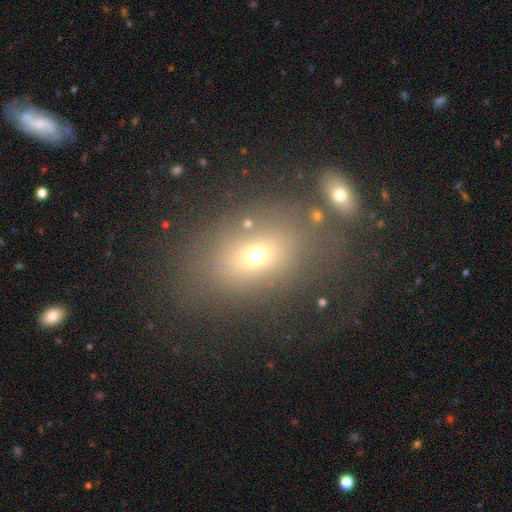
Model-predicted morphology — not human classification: Overall: smooth (63%). How rounded: in between (68%; round 30%). Merging: none (63%).